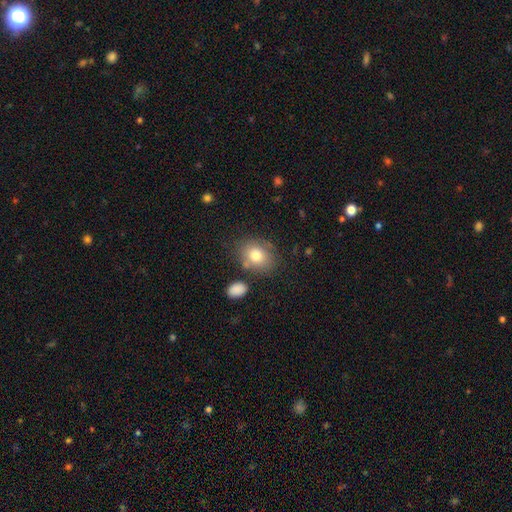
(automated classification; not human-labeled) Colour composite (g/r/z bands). It shows a smooth galaxy with no disk features (78%) that is in between round and cigar-shaped (56%). Merging: none (72%).